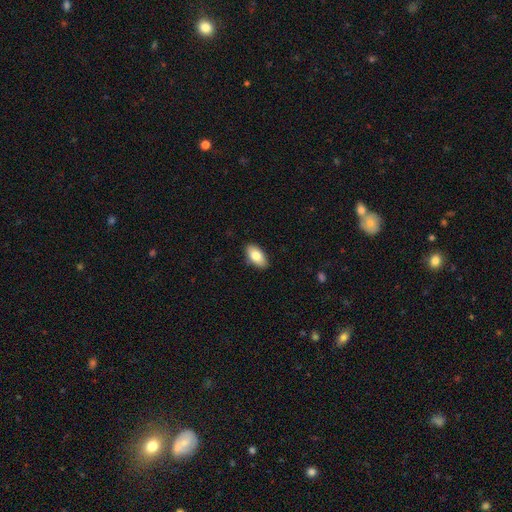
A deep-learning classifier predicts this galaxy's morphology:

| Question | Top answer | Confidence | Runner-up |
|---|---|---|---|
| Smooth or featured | smooth | 81% | featured or disk (13%) |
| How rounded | in between | 93% | cigar-shaped (4%) |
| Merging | none | 87% | minor disturbance (10%) |